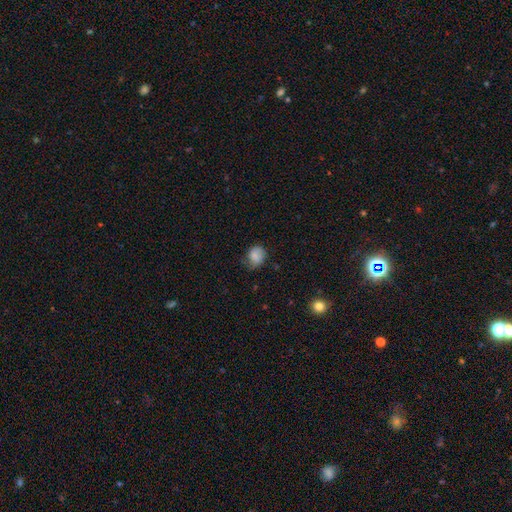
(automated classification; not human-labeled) Smooth or featured? smooth (80%)
How rounded? round (61%)
Merging? none (57%)